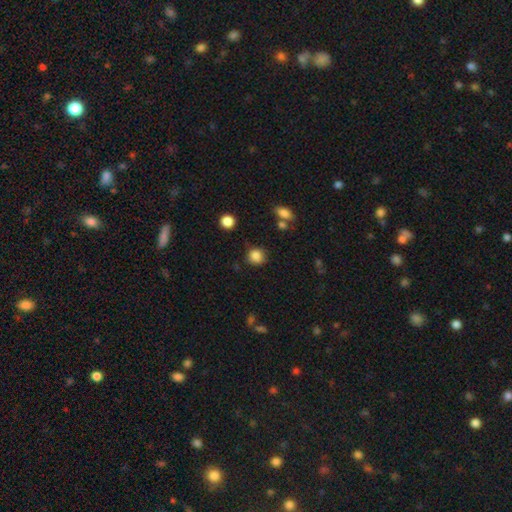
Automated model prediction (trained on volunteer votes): Smooth or featured?
  - smooth: 85% *
  - star or artifact: 11%
  - featured or disk: 4%
How rounded?
  - round: 88% *
  - in between: 11%
  - cigar-shaped: 1%
Merging?
  - none: 83% *
  - minor disturbance: 10%
  - merger: 3%
  - major disturbance: 3%